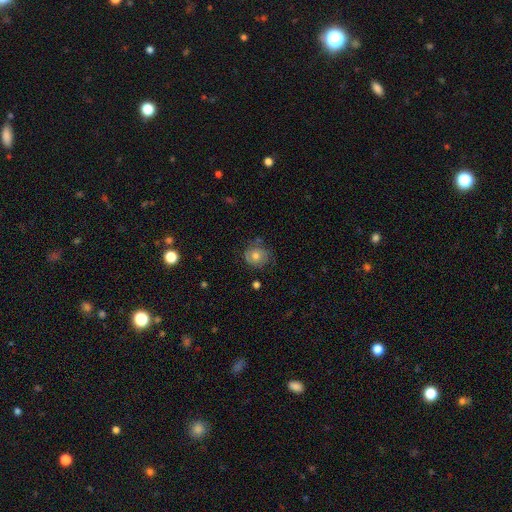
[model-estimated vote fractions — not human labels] Morphology: type=smooth (50%); roundness=round (79%); merging=none (70%).